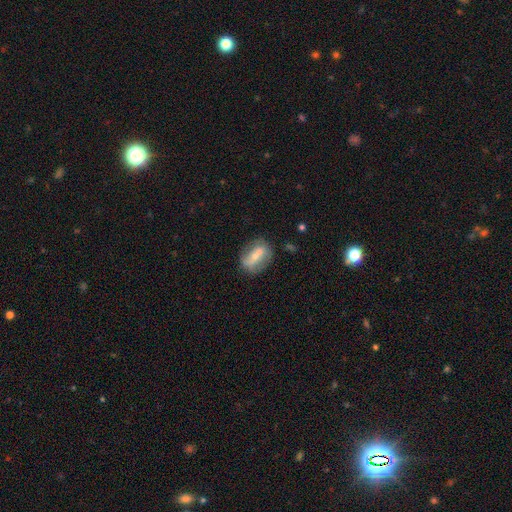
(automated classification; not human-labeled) This appears to be a smooth galaxy with no disk features (48%). Merging: none (49%).